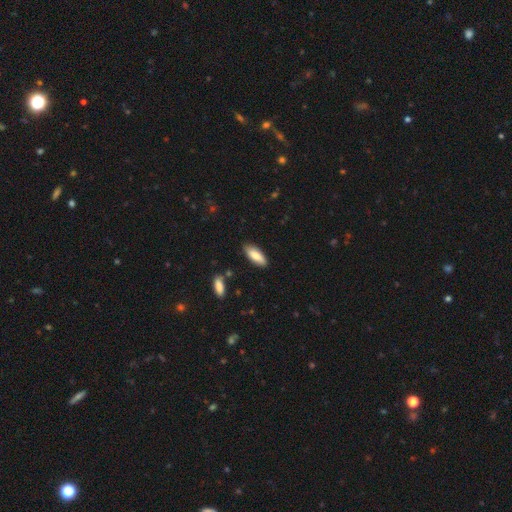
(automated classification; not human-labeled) Smooth or featured: smooth — 83% (featured or disk — 11%)
How rounded: in between — 70% (cigar-shaped — 29%)
Merging: none — 84% (minor disturbance — 12%)